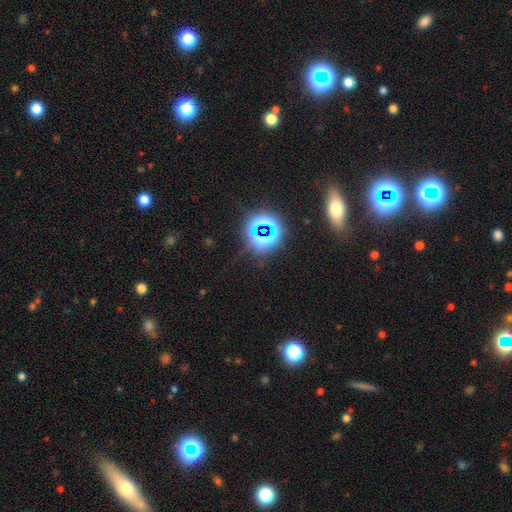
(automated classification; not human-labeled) The model was most divided on "smooth or featured": star or artifact: 74%, smooth: 15%, featured or disk: 11%.